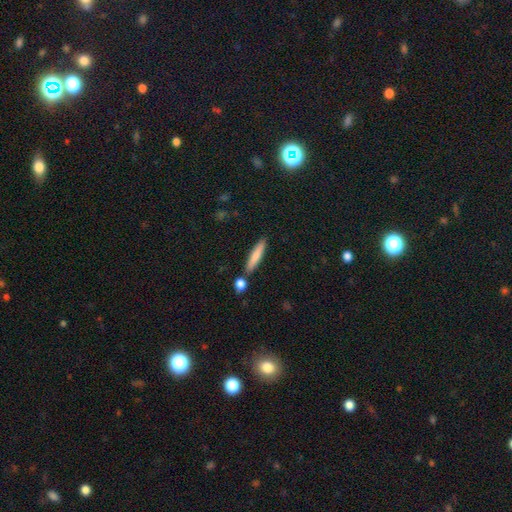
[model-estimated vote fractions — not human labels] Smooth or featured? smooth (77%)
How rounded? cigar-shaped (87%)
Merging? none (81%)